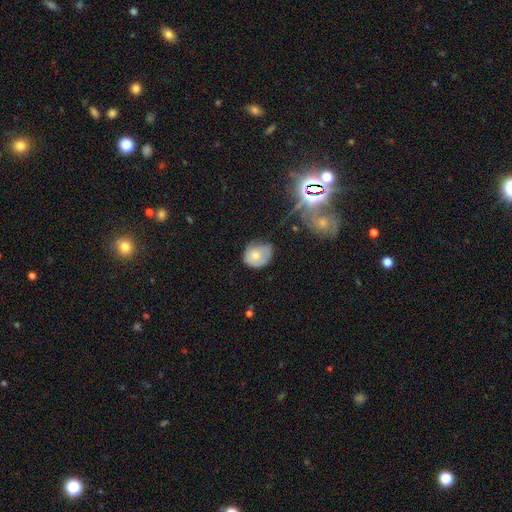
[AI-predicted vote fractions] smooth 64%, featured or disk 27%, star or artifact 9%. Down the decision tree: how rounded — round (61%); merging — none (44%).